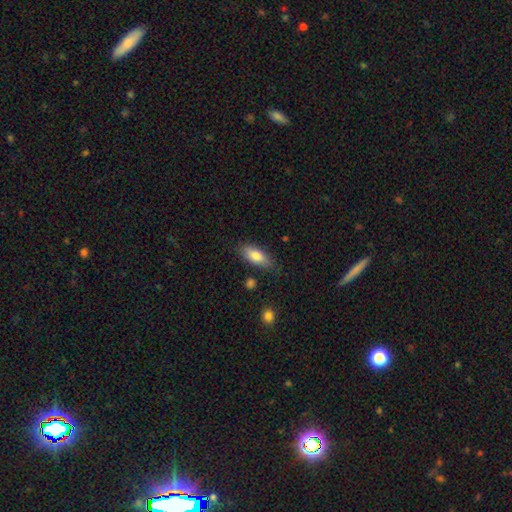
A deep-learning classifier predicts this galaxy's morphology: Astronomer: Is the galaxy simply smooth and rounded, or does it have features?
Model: smooth — 81%.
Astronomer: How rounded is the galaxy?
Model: in between — 81%.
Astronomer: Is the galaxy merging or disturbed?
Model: none — 77%.